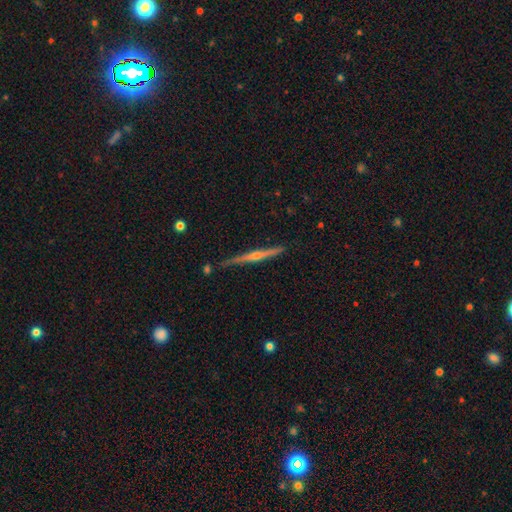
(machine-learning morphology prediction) A featured or disk galaxy (79%) viewed edge-on (98%) with a rounded central bulge (86%).

Vote fractions:
- Smooth or featured? featured or disk: 79% / smooth: 15% / star or artifact: 6%
- Edge-on disk? yes: 98% / no: 2%
- Edge-on bulge? rounded: 86% / none: 11% / boxy: 4%
- Merging? none: 83% / minor disturbance: 12% / merger: 3% / major disturbance: 2%